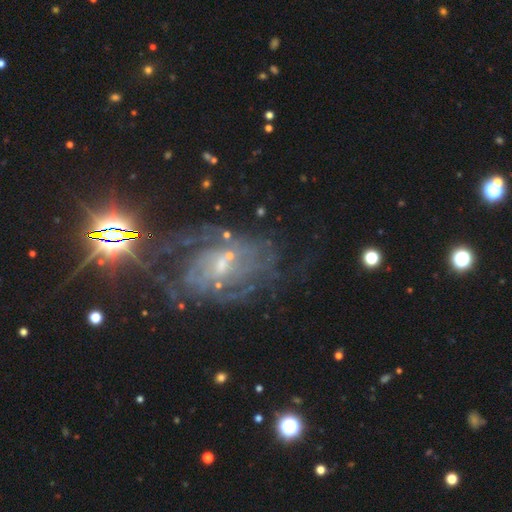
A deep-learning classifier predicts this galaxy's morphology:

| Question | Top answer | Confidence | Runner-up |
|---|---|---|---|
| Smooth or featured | featured or disk | 72% | star or artifact (18%) |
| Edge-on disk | no | 96% | yes (4%) |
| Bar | weak | 44% | no (42%) |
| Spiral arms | yes | 84% | no (16%) |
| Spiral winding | tight | 55% | medium (33%) |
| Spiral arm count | can't tell | 52% | 2 (18%) |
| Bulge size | small | 71% | moderate (18%) |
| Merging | none | 62% | minor disturbance (18%) |